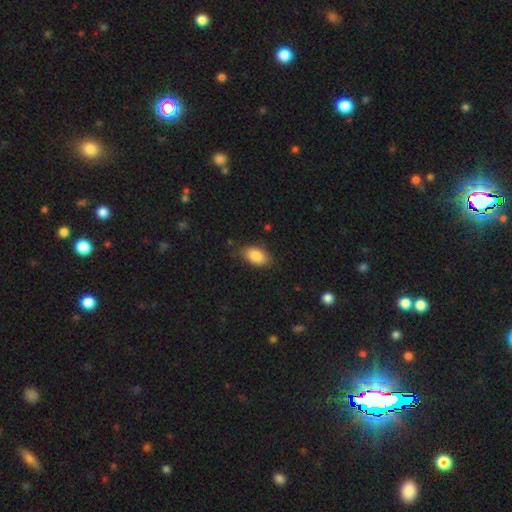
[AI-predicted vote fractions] A smooth galaxy with no disk features (86%) that is in between round and cigar-shaped (92%).

Vote fractions:
- Smooth or featured? smooth: 86% / star or artifact: 7% / featured or disk: 7%
- How rounded? in between: 92% / round: 6% / cigar-shaped: 2%
- Merging? none: 80% / minor disturbance: 16% / major disturbance: 3% / merger: 1%